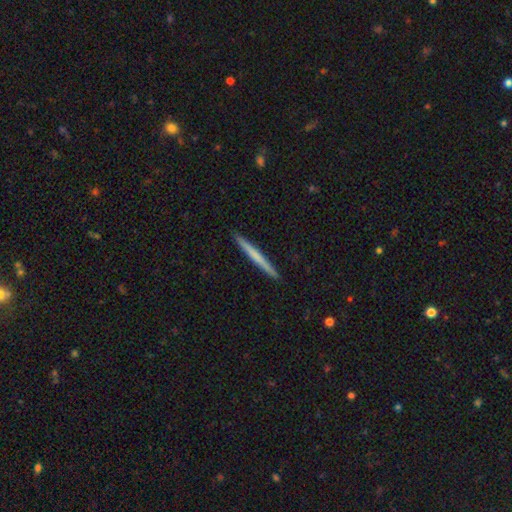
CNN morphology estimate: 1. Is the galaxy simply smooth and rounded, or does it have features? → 55% smooth, 40% featured or disk, 5% star or artifact.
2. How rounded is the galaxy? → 97% cigar-shaped, 2% in between, 1% round.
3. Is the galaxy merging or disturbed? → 93% none, 5% minor disturbance, 1% major disturbance, 1% merger.